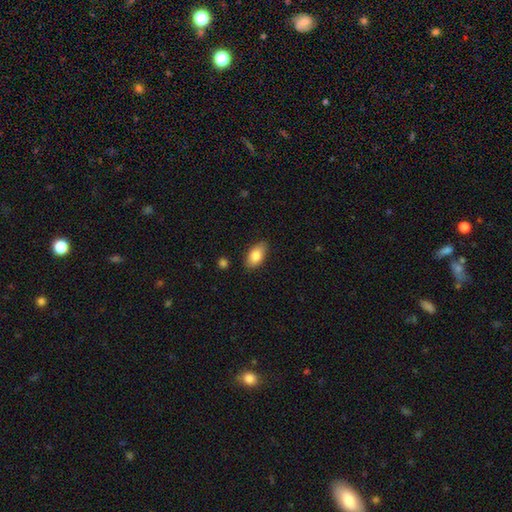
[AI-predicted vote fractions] smooth-or-featured: smooth: 82% | featured or disk: 11% | star or artifact: 7%
  how-rounded: in between: 92% | round: 4% | cigar-shaped: 4%
  merging: none: 84% | minor disturbance: 13% | major disturbance: 2% | merger: 1%